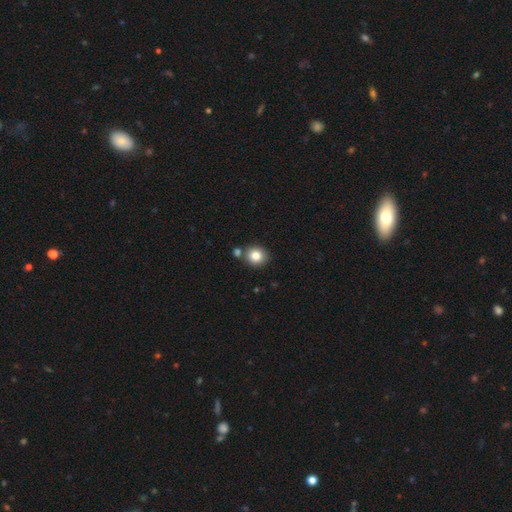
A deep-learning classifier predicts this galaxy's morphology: A smooth galaxy with no disk features (82%) that is round (86%).

Vote fractions:
- Smooth or featured? smooth: 82% / star or artifact: 10% / featured or disk: 7%
- How rounded? round: 86% / in between: 13% / cigar-shaped: 1%
- Merging? none: 75% / merger: 15% / minor disturbance: 8% / major disturbance: 2%